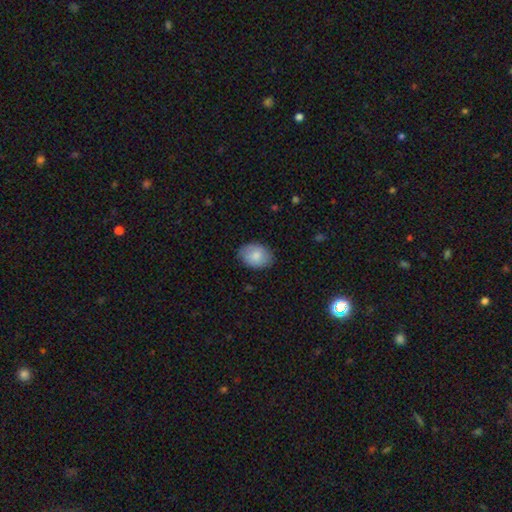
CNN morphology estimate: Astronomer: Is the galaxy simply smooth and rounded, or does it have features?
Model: smooth — 80%.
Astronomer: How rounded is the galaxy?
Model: in between — 75%.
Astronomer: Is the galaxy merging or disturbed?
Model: none — 81%.